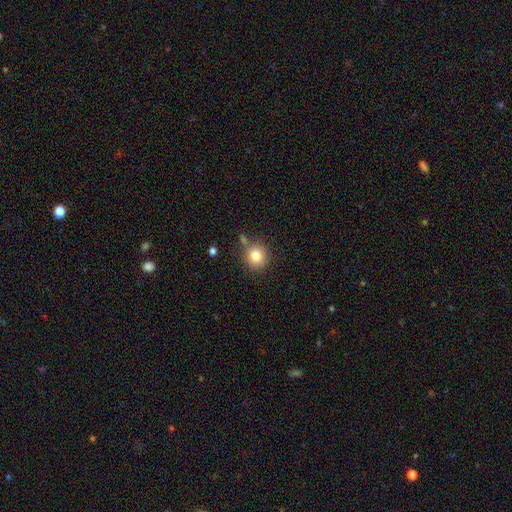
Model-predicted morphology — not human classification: smooth-or-featured: smooth: 82% | star or artifact: 10% | featured or disk: 8%
  how-rounded: round: 89% | in between: 10% | cigar-shaped: 1%
  merging: none: 74% | minor disturbance: 12% | merger: 11% | major disturbance: 4%